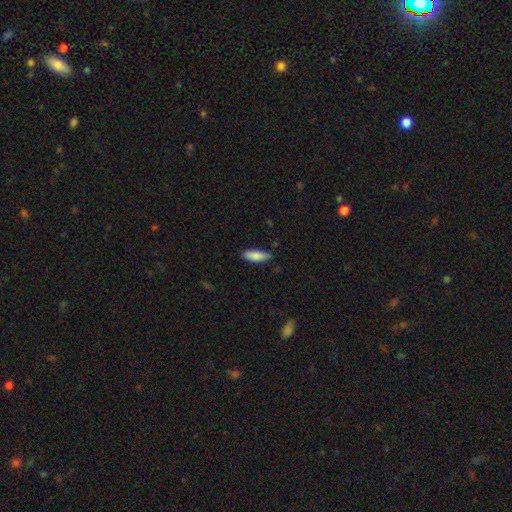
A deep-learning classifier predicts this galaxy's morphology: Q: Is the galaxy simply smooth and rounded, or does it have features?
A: smooth — 87%.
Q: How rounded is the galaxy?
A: in between — 65%.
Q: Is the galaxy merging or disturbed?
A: none — 80%.